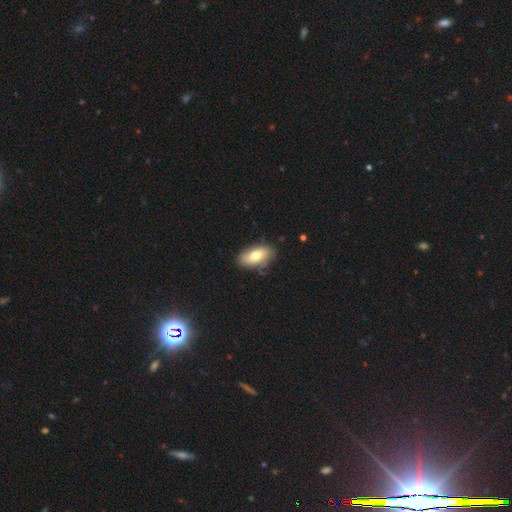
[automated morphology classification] Overall: smooth (72%). How rounded: in between (91%). Merging: none (76%).